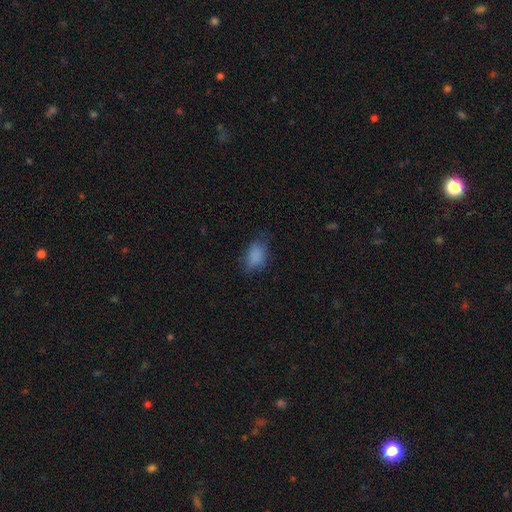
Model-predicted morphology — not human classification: Smooth or featured: smooth — 83% (star or artifact — 10%)
How rounded: in between — 86% (round — 13%)
Merging: none — 64% (minor disturbance — 25%)